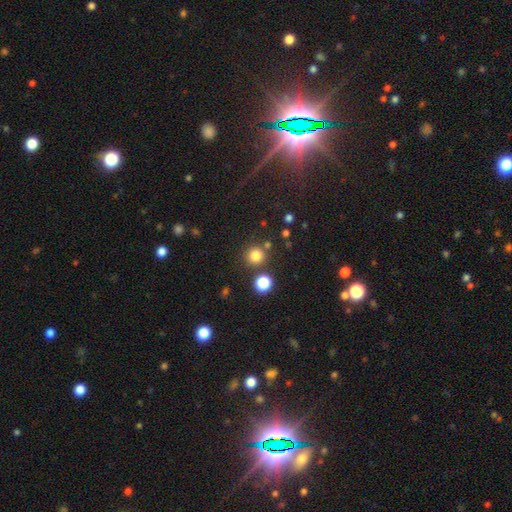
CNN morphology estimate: type=smooth (79%); roundness=round (93%); merging=none (81%).